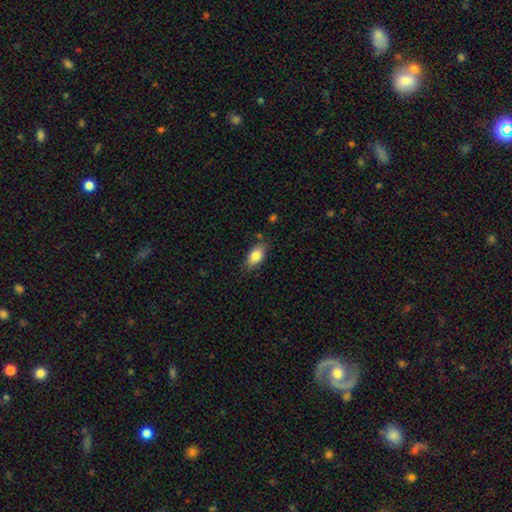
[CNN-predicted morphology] smooth_or_featured: smooth (p=0.81) [alt: featured or disk p=0.11]
how_rounded: in between (p=0.89) [alt: round p=0.06]
merging: none (p=0.80) [alt: minor disturbance p=0.15]